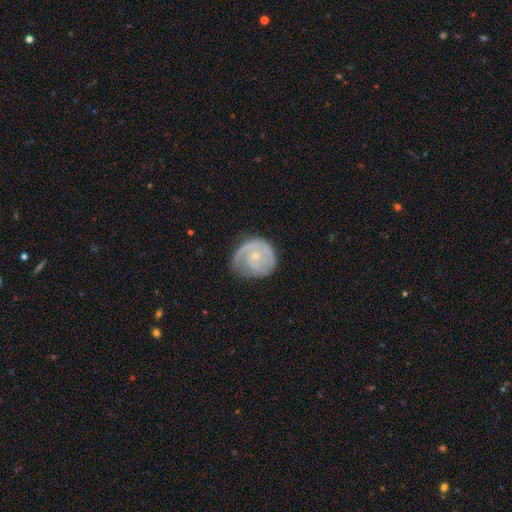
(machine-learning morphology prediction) A featured or disk galaxy (71%) with no bar (80%), 2 (32%) tight (60%) spiral arms (86%) and a small central bulge (75%). Merging: none (63%).